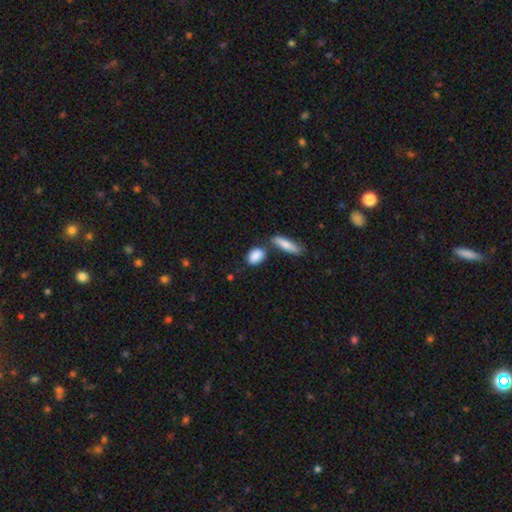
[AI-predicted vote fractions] A smooth galaxy with no disk features (87%) that is in between round and cigar-shaped (78%).

Vote fractions:
- Smooth or featured? smooth: 87% / featured or disk: 6% / star or artifact: 6%
- How rounded? in between: 78% / round: 15% / cigar-shaped: 7%
- Merging? none: 64% / merger: 18% / minor disturbance: 15% / major disturbance: 4%